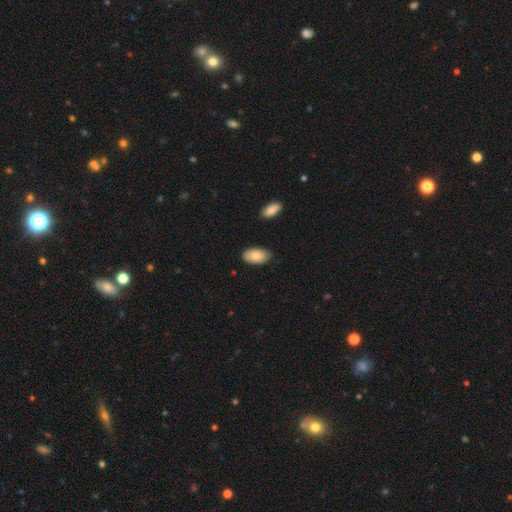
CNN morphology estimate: Smooth or featured?
  - smooth: 85% *
  - featured or disk: 10%
  - star or artifact: 6%
How rounded?
  - in between: 96% *
  - round: 3%
  - cigar-shaped: 2%
Merging?
  - none: 84% *
  - minor disturbance: 13%
  - major disturbance: 2%
  - merger: 2%